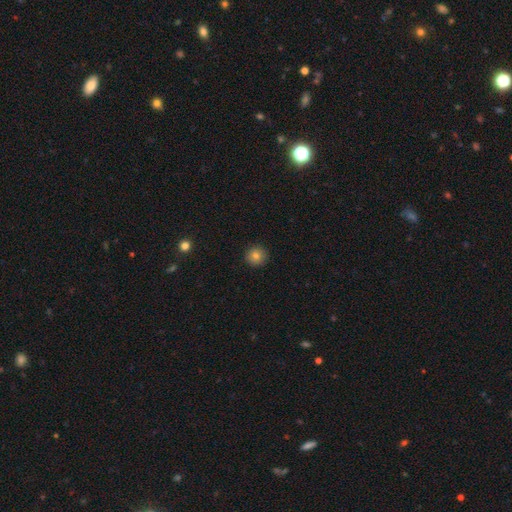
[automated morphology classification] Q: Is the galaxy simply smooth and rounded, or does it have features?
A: smooth — 81%.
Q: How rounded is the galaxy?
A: round — 95%.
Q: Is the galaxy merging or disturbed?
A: none — 92%.